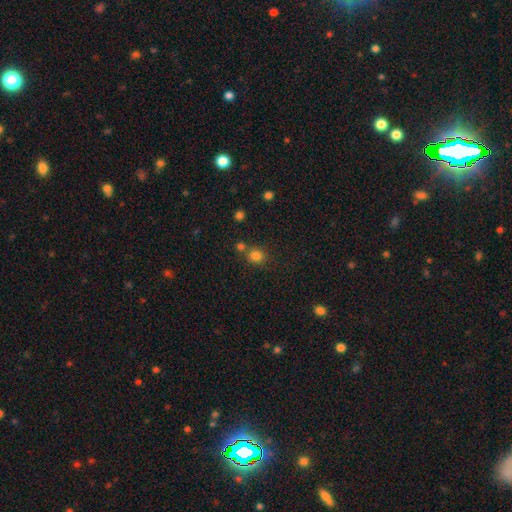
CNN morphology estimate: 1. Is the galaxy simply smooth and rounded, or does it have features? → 81% smooth, 14% star or artifact, 6% featured or disk.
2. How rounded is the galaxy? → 84% round, 15% in between, 1% cigar-shaped.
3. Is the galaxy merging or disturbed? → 68% none, 19% merger, 9% minor disturbance, 3% major disturbance.